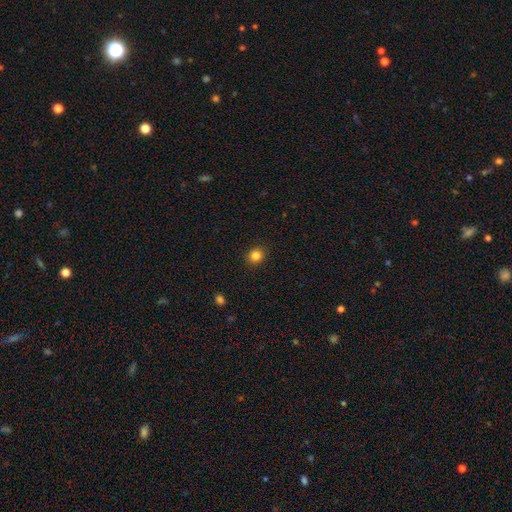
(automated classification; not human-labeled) Smooth or featured?
  - smooth: 83% *
  - star or artifact: 12%
  - featured or disk: 5%
How rounded?
  - round: 81% *
  - in between: 18%
  - cigar-shaped: 1%
Merging?
  - none: 91% *
  - minor disturbance: 6%
  - major disturbance: 2%
  - merger: 1%